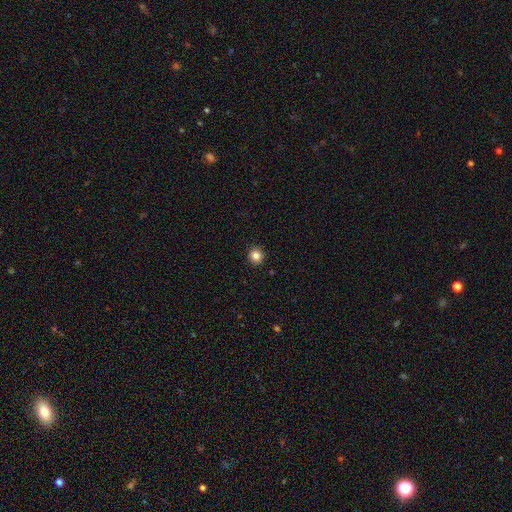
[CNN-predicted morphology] type=smooth (84%); roundness=round (93%); merging=none (93%).